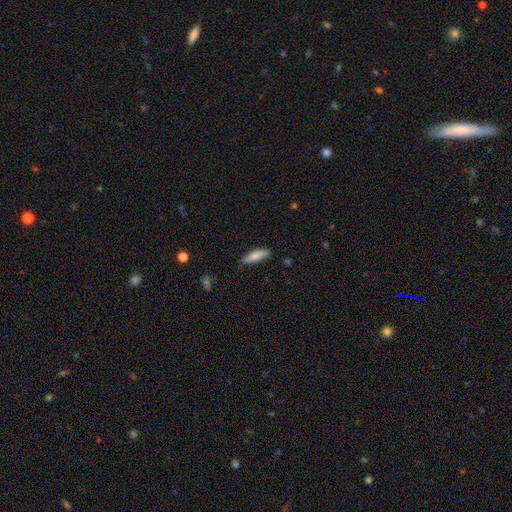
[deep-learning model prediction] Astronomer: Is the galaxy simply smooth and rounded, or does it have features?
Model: smooth — 81%.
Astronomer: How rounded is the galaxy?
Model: cigar-shaped — 57% (runner-up: in between, 41%).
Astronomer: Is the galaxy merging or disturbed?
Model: none — 80%.